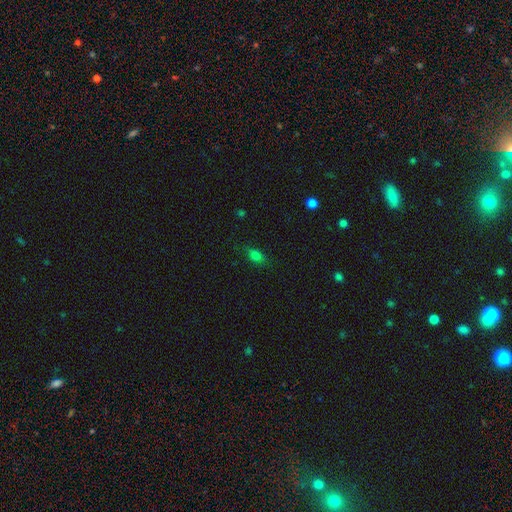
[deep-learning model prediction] smooth-or-featured: smooth: 75% | star or artifact: 15% | featured or disk: 10%
  how-rounded: in between: 77% | round: 15% | cigar-shaped: 9%
  merging: none: 78% | minor disturbance: 17% | major disturbance: 4% | merger: 1%